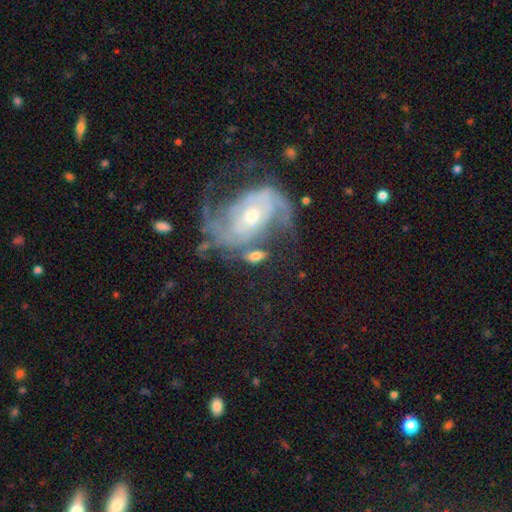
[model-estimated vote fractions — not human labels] The model was most divided on "smooth or featured": featured or disk: 50%, smooth: 41%, star or artifact: 9%. Remaining: edge-on disk — no (87%); merging — none (50%).